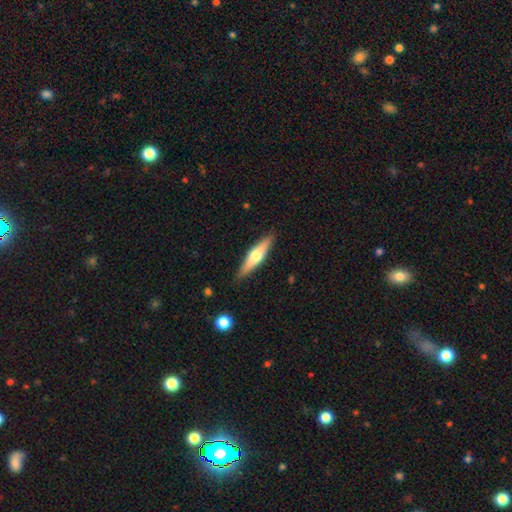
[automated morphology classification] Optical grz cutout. It shows a featured or disk galaxy (51%) viewed edge-on (92%). Merging: none (88%).